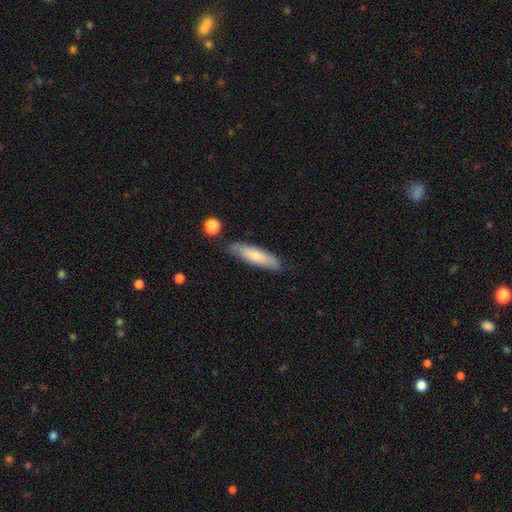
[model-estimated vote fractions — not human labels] Q: Smooth or featured?
A: smooth (70%); runner-up: featured or disk (24%)
Q: How rounded?
A: cigar-shaped (66%); runner-up: in between (33%)
Q: Merging?
A: none (76%); runner-up: minor disturbance (18%)